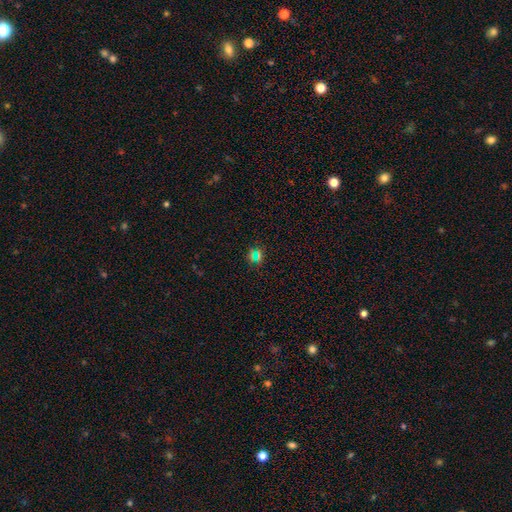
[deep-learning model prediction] Q: Smooth or featured?
A: star or artifact (47%); runner-up: smooth (43%)